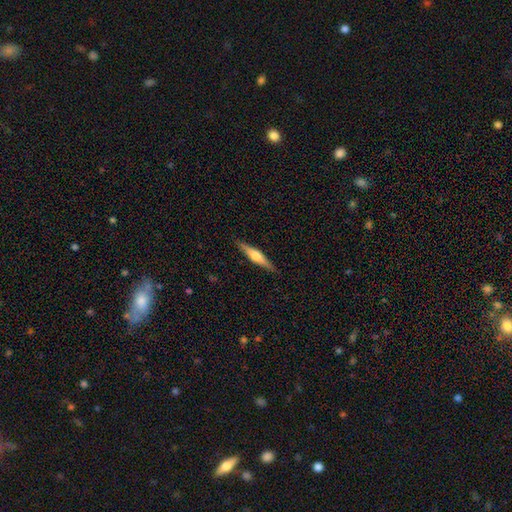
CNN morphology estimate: Smooth or featured? Predicted: featured or disk (p=0.64). Edge-on disk? Predicted: yes (p=0.97). Edge-on bulge? Predicted: rounded (p=0.89). Merging? Predicted: none (p=0.90).